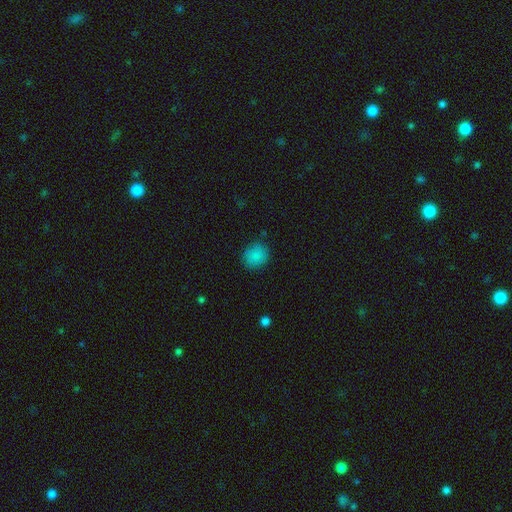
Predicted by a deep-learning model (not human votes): Overall: smooth (85%). How rounded: round (76%). Merging: none (83%).